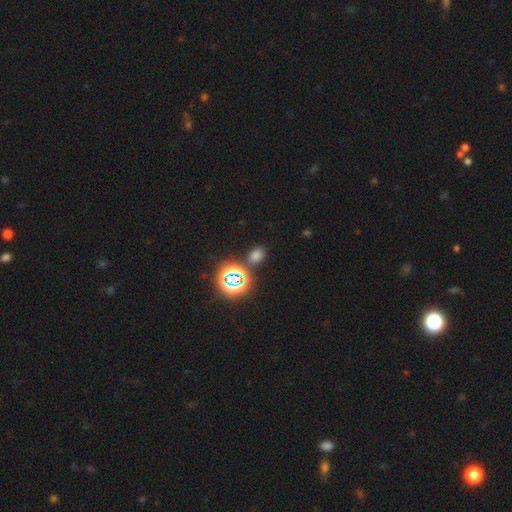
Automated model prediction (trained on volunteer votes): Smooth or featured? smooth (62%)
How rounded? in between (60%)
Merging? none (79%)